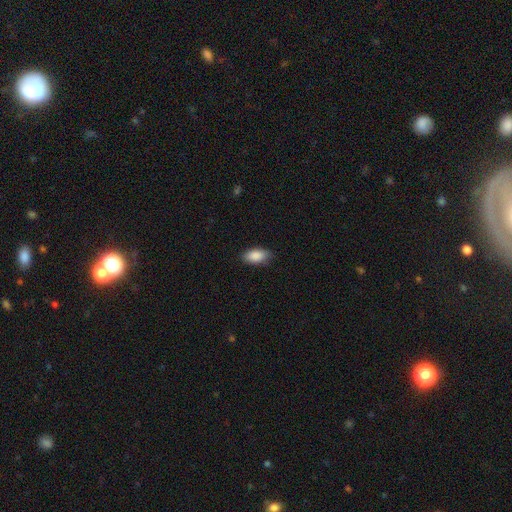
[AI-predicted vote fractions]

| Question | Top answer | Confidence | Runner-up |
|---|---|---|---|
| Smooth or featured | smooth | 89% | star or artifact (6%) |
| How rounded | in between | 92% | cigar-shaped (4%) |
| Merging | none | 83% | minor disturbance (13%) |